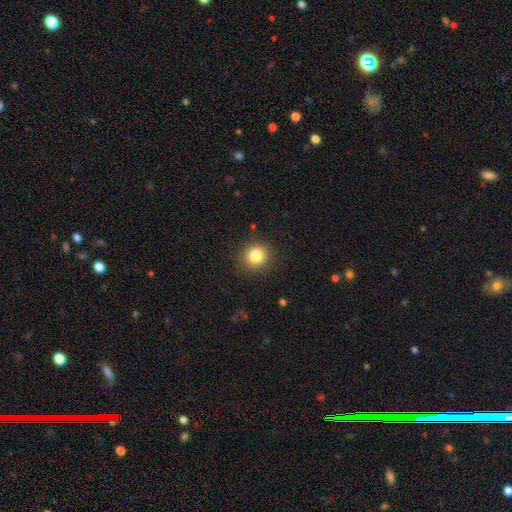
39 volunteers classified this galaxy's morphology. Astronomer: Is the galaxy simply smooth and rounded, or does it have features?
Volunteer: smooth — 85%.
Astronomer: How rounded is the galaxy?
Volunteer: round — 94%.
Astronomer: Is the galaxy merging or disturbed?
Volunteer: none — 84%.